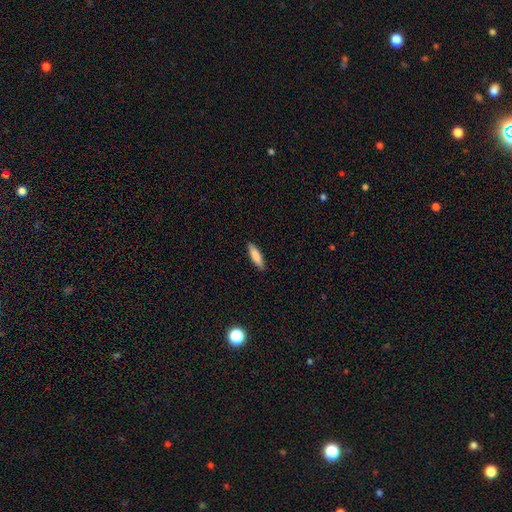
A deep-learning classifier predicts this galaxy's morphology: Smooth or featured: smooth — 82% (featured or disk — 12%)
How rounded: cigar-shaped — 63% (in between — 36%)
Merging: none — 88% (minor disturbance — 9%)